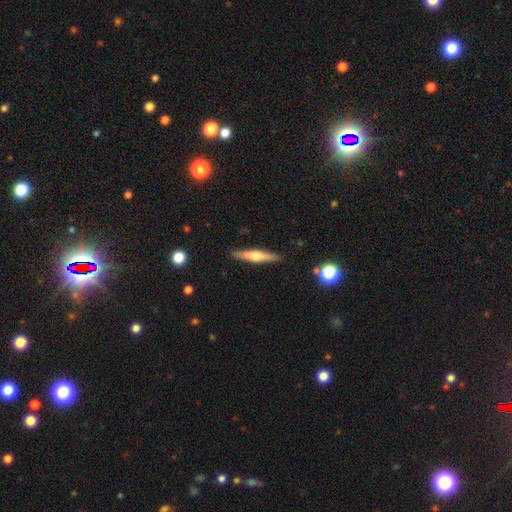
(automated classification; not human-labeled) This appears to be a featured or disk galaxy (61%) viewed edge-on (96%) with a rounded central bulge (88%). Merging: none (90%).